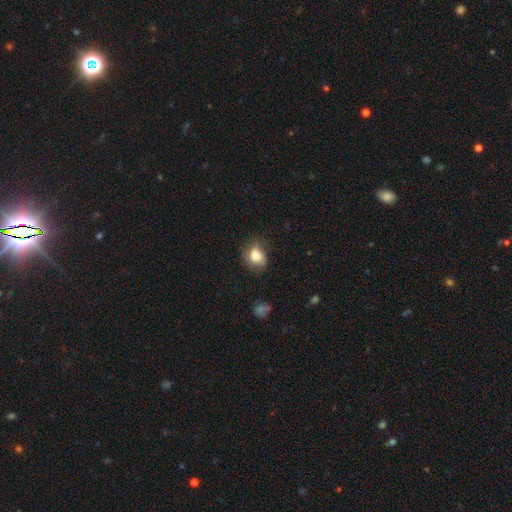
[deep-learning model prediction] This appears to be a smooth galaxy with no disk features (79%) that is round (55%). Merging: none (62%).